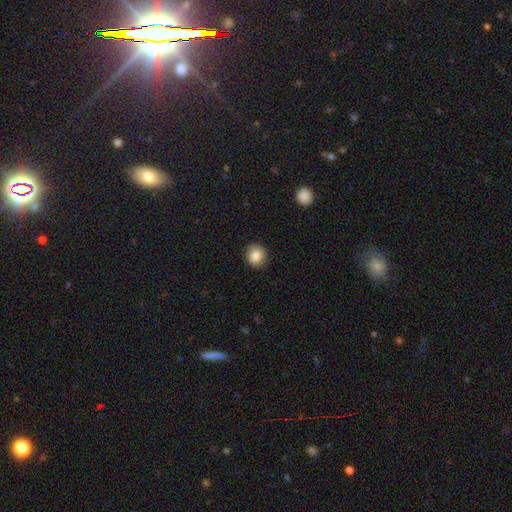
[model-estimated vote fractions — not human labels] A smooth galaxy with no disk features (86%) that is round (81%).

Vote fractions:
- Smooth or featured? smooth: 86% / star or artifact: 9% / featured or disk: 5%
- How rounded? round: 81% / in between: 18% / cigar-shaped: 1%
- Merging? none: 89% / minor disturbance: 8% / major disturbance: 2% / merger: 1%